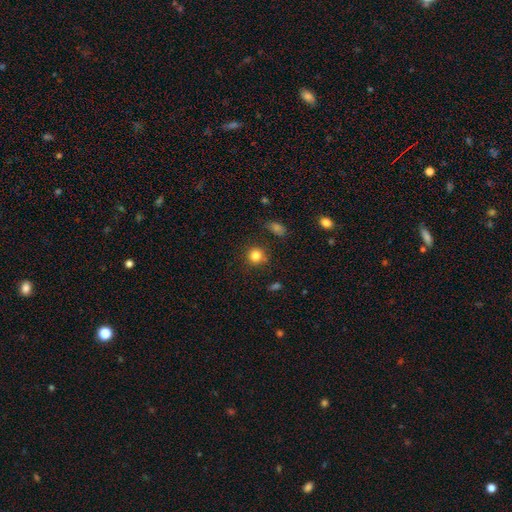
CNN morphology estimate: Smooth or featured? Predicted: smooth (p=0.83). How rounded? Predicted: round (p=0.89). Merging? Predicted: none (p=0.82).